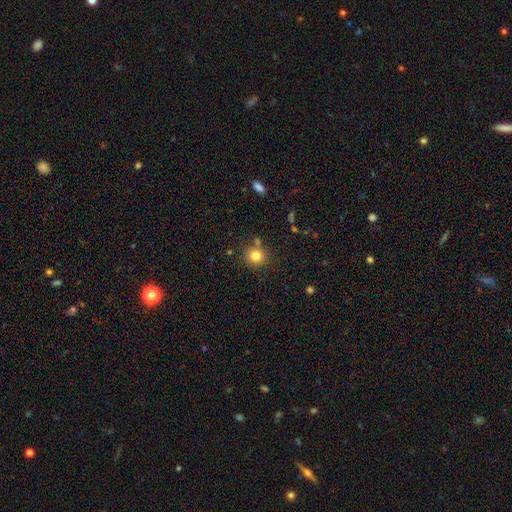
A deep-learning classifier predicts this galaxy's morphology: The model was most divided on "smooth or featured": smooth: 80%, star or artifact: 13%, featured or disk: 7%. More confident: how rounded — round (90%); merging — none (80%).